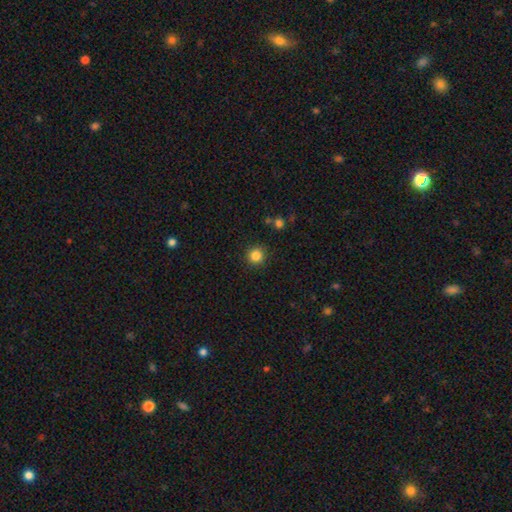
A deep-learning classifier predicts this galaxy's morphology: Q: Smooth or featured?
A: smooth (84%); runner-up: star or artifact (12%)
Q: How rounded?
A: round (95%); runner-up: in between (4%)
Q: Merging?
A: none (91%); runner-up: minor disturbance (5%)